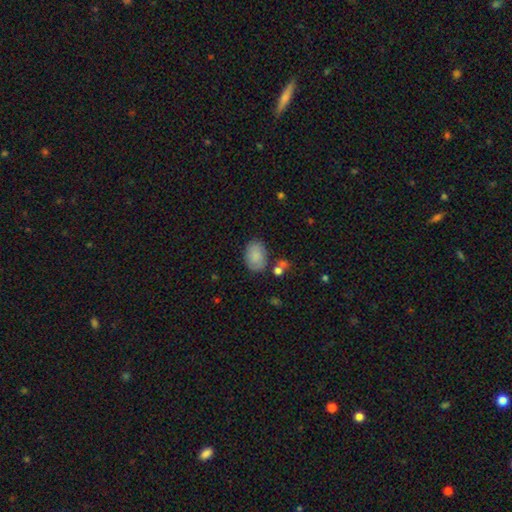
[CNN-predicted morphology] smooth_or_featured: smooth (p=0.85) [alt: featured or disk p=0.08]
how_rounded: in between (p=0.87) [alt: round p=0.12]
merging: none (p=0.75) [alt: minor disturbance p=0.15]